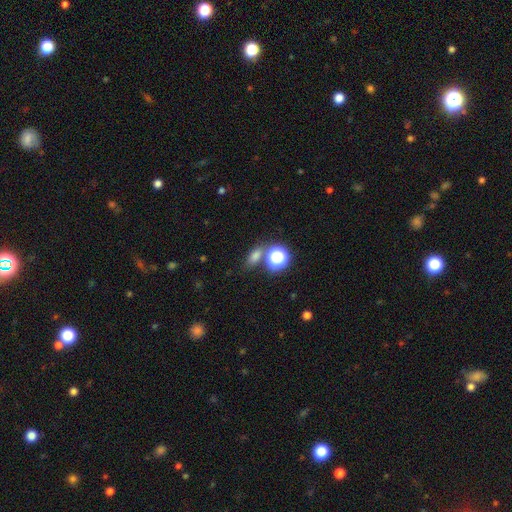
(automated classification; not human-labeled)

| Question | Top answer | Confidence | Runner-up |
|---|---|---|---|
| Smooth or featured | smooth | 71% | star or artifact (22%) |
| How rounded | in between | 65% | round (30%) |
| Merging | none | 69% | merger (16%) |